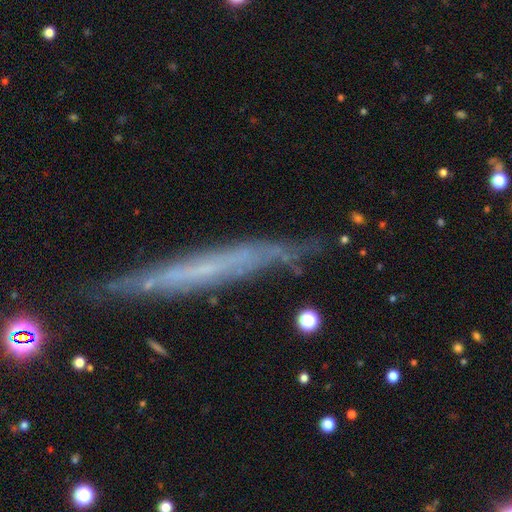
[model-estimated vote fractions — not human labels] A featured or disk galaxy (61%) viewed edge-on (88%) with no central bulge (88%).

Vote fractions:
- Smooth or featured? featured or disk: 61% / smooth: 31% / star or artifact: 8%
- Edge-on disk? yes: 88% / no: 12%
- Edge-on bulge? none: 88% / rounded: 7% / boxy: 5%
- Merging? none: 76% / minor disturbance: 18% / major disturbance: 4% / merger: 3%